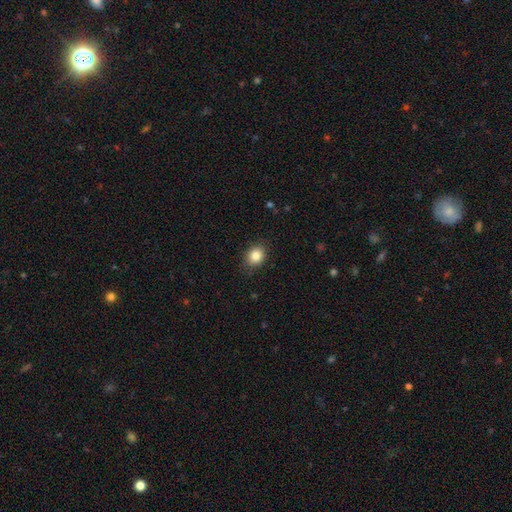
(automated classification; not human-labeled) Smooth or featured? Predicted: smooth (p=0.85). How rounded? Predicted: round (p=0.52). Merging? Predicted: none (p=0.83).